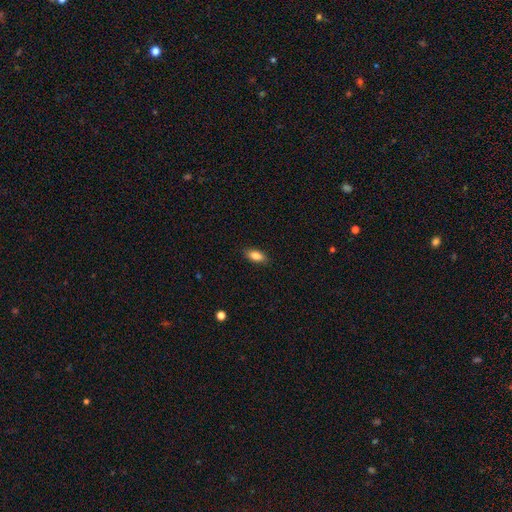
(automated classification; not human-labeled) The model was most divided on "merging": none: 87%, minor disturbance: 9%, major disturbance: 2%, merger: 1%. More confident: how rounded — in between (88%); smooth or featured — smooth (86%).